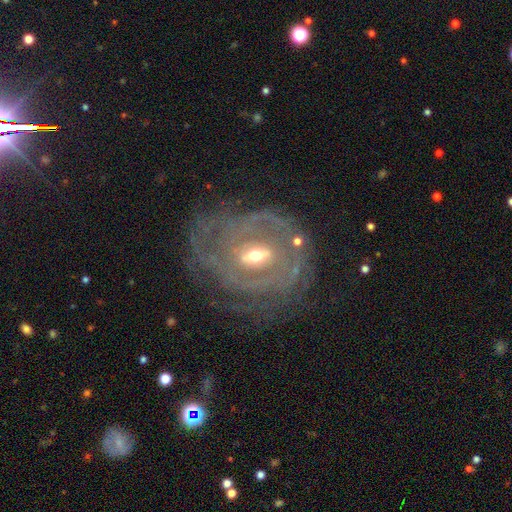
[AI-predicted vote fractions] The model was most divided on "bar": strong: 44%, weak: 40%, no: 16%. Remaining: edge-on disk — no (94%); smooth or featured — featured or disk (87%); spiral arms — yes (86%); merging — none (66%); spiral winding — tight (64%); bulge size — moderate (57%); spiral arm count — can't tell (39%).